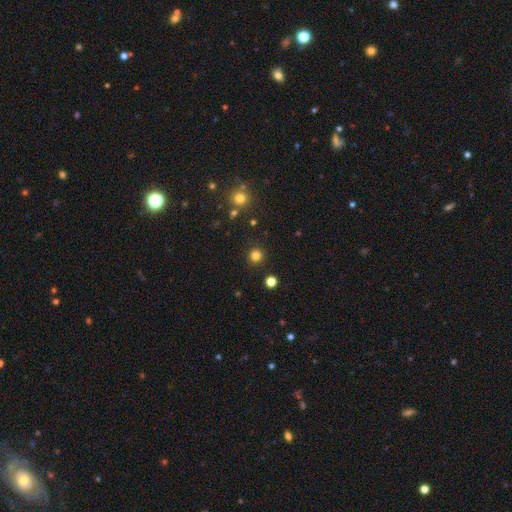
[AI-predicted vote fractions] Smooth or featured? smooth (80%)
How rounded? round (95%)
Merging? none (91%)